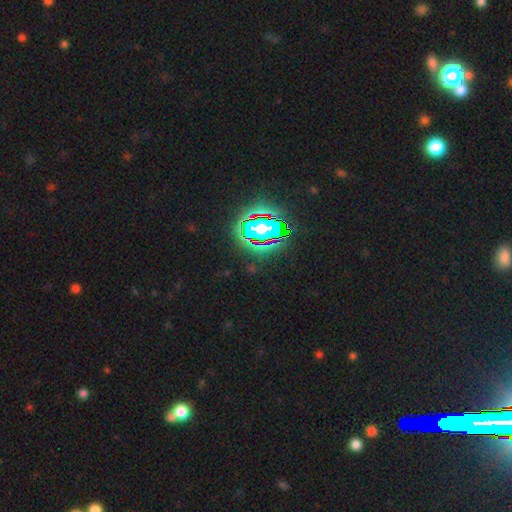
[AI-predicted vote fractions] Morphology: type=star or artifact (82%).